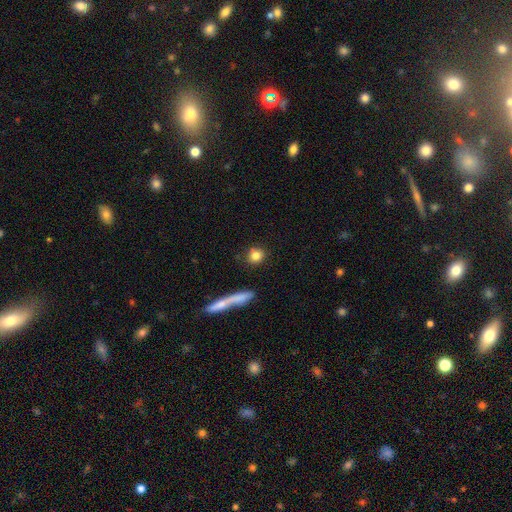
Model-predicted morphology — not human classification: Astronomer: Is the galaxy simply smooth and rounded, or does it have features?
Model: smooth — 81%.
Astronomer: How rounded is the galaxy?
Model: round — 79%.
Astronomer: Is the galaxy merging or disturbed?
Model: none — 83%.